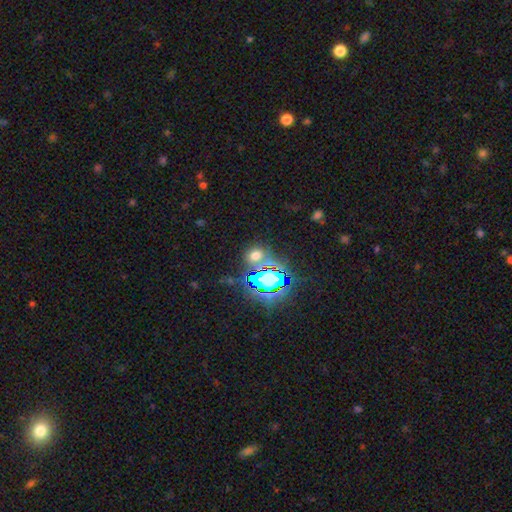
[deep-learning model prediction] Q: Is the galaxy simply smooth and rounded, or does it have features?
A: star or artifact — 47%.